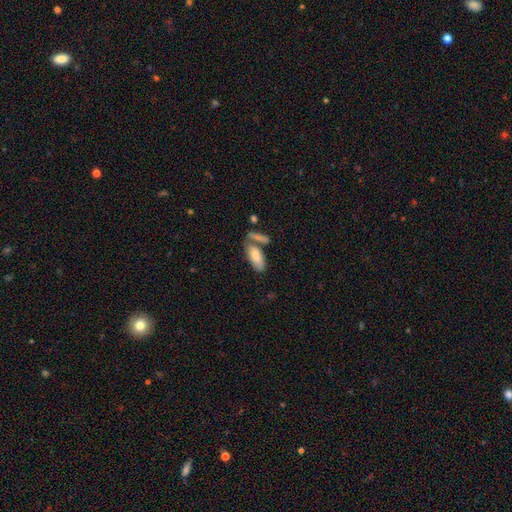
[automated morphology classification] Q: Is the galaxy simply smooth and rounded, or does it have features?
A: smooth — 78%.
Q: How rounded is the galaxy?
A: in between — 82%.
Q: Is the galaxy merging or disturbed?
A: none — 47%.